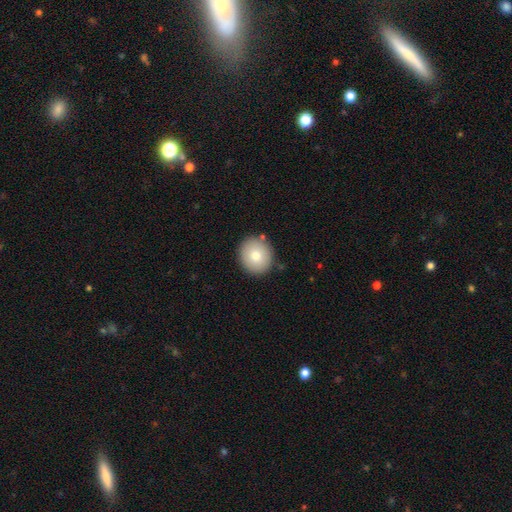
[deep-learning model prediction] A smooth galaxy with no disk features (78%) that is round (90%).

Vote fractions:
- Smooth or featured? smooth: 78% / featured or disk: 14% / star or artifact: 9%
- How rounded? round: 90% / in between: 9% / cigar-shaped: 1%
- Merging? none: 86% / minor disturbance: 8% / merger: 3% / major disturbance: 2%